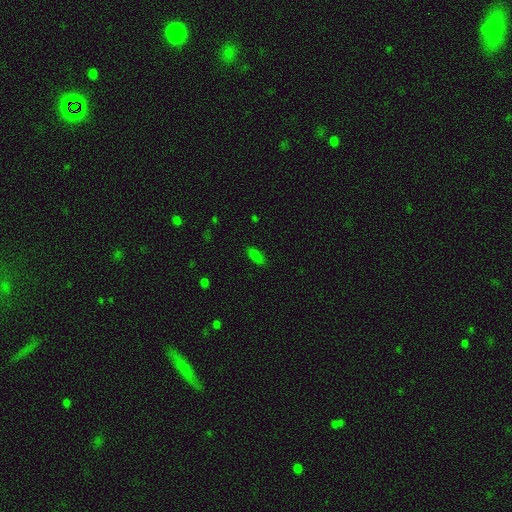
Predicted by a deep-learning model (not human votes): Q: Smooth or featured?
A: smooth (81%); runner-up: star or artifact (13%)
Q: How rounded?
A: in between (73%); runner-up: cigar-shaped (24%)
Q: Merging?
A: none (86%); runner-up: minor disturbance (10%)